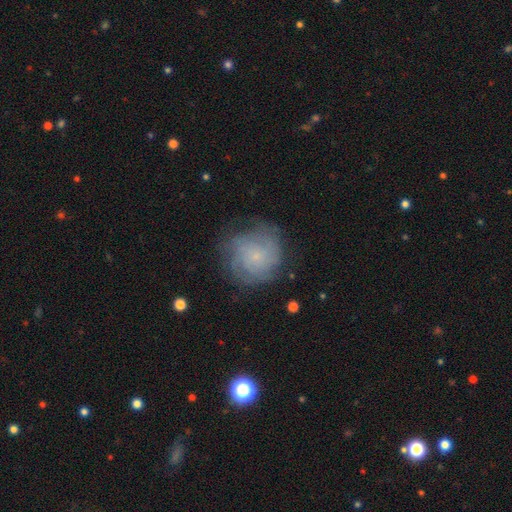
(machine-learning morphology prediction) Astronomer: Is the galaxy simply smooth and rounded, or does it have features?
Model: featured or disk — 54% (runner-up: smooth, 36%).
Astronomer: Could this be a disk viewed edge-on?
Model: no — 98%.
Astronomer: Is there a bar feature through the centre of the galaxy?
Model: no — 81%.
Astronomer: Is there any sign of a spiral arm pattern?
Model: yes — 84%.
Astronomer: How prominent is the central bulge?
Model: small — 77%.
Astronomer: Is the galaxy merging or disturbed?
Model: none — 68%.